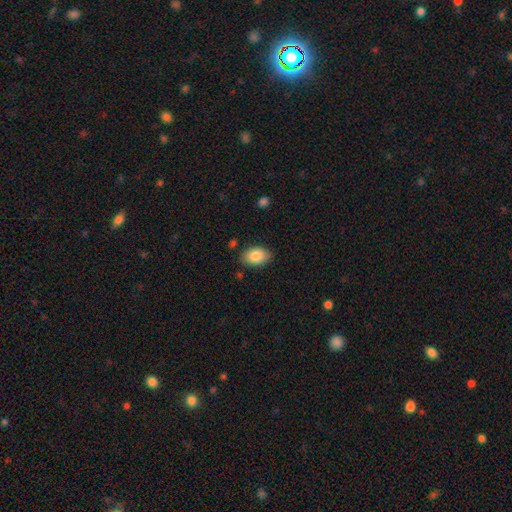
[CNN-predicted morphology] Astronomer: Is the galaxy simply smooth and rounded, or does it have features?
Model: smooth — 85%.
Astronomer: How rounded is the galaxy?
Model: in between — 90%.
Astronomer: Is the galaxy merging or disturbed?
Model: none — 83%.